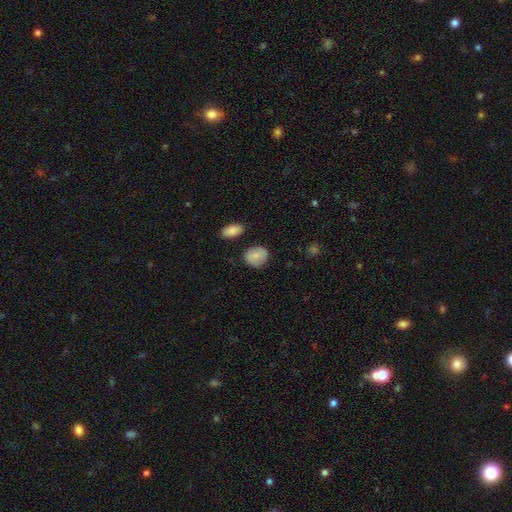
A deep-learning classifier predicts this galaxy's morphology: smooth 81%, featured or disk 12%, star or artifact 8%. Down the decision tree: how rounded — round (60%); merging — none (80%).